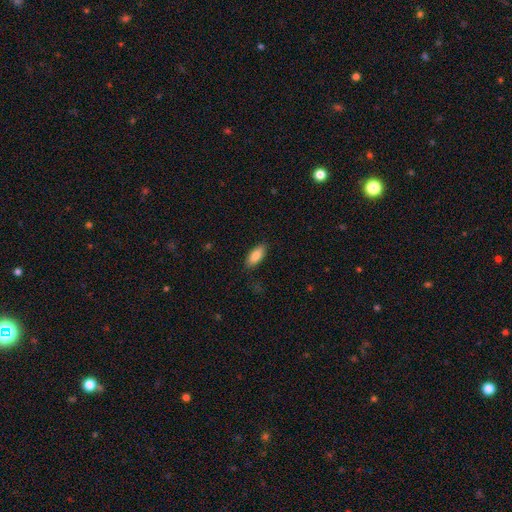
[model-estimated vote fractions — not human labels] A smooth galaxy with no disk features (84%) that is in between round and cigar-shaped (83%).

Vote fractions:
- Smooth or featured? smooth: 84% / featured or disk: 10% / star or artifact: 6%
- How rounded? in between: 83% / cigar-shaped: 15% / round: 2%
- Merging? none: 86% / minor disturbance: 10% / major disturbance: 2% / merger: 1%